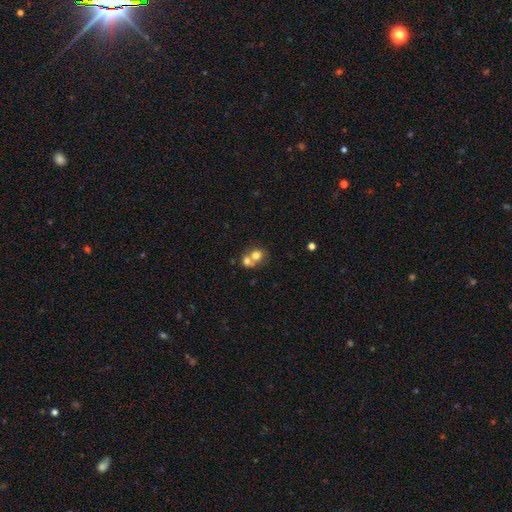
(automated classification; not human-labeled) This appears to be a smooth galaxy with no disk features (69%) that is round (71%). Merging: merger (63%).